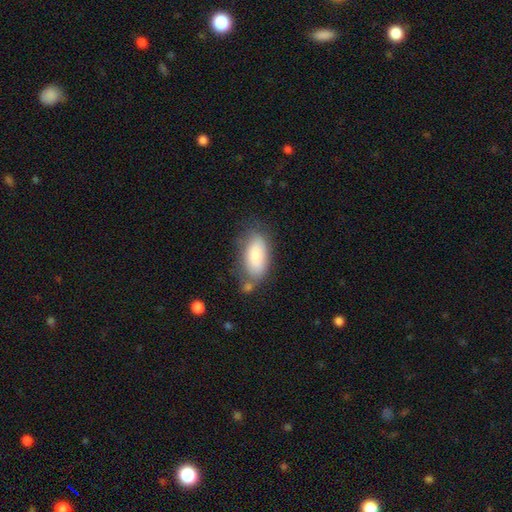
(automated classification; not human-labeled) Morphology: type=smooth (80%); roundness=in between (92%); merging=none (56%).